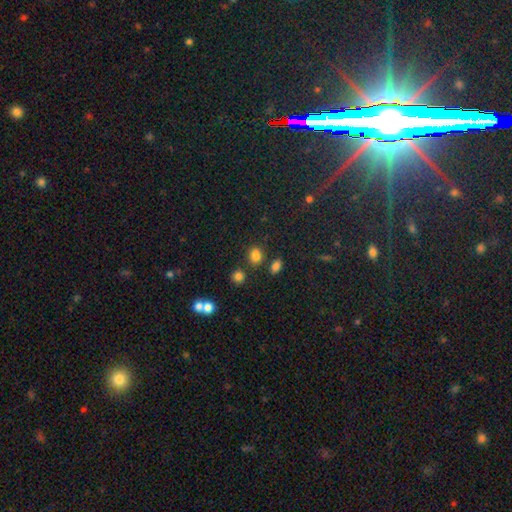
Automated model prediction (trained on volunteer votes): Smooth or featured? Predicted: smooth (p=0.78). How rounded? Predicted: in between (p=0.60). Merging? Predicted: none (p=0.69).